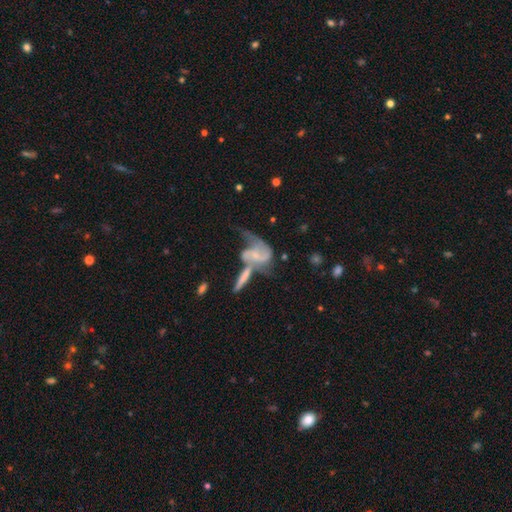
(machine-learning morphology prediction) The model was most divided on "bar": no: 50%, weak: 36%, strong: 14%. Remaining: edge-on disk — no (92%); spiral arms — yes (87%); smooth or featured — featured or disk (73%); spiral arm count — 2 (72%); spiral winding — loose (59%); bulge size — small (55%); merging — merger (46%).